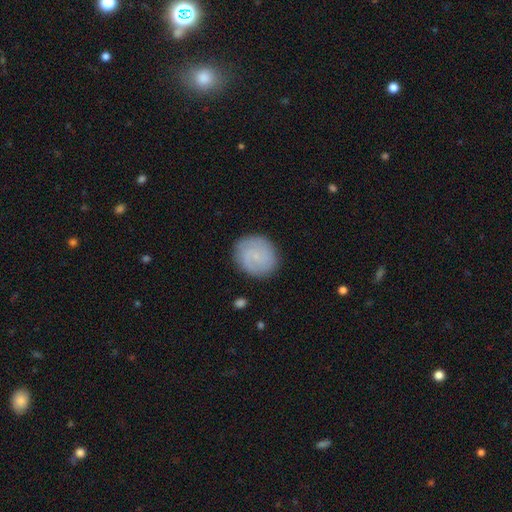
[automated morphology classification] Smooth or featured? Predicted: featured or disk (p=0.52). Edge-on disk? Predicted: no (p=0.98). Bar? Predicted: no (p=0.56). Spiral arms? Predicted: yes (p=0.89). Bulge size? Predicted: small (p=0.71). Merging? Predicted: none (p=0.86).